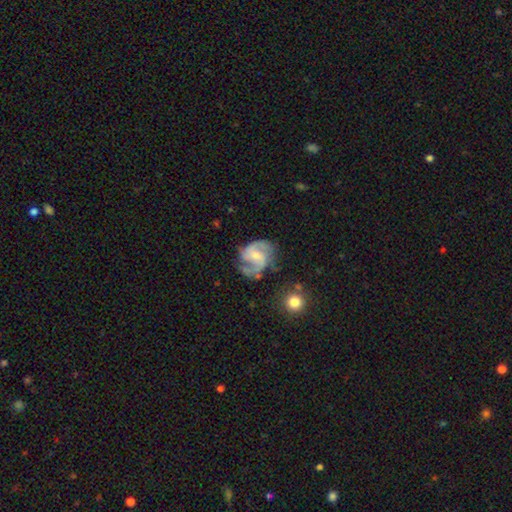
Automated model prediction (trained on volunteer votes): Smooth or featured? featured or disk (83%)
Edge-on disk? no (98%)
Bar? weak (46%)
Spiral arms? yes (95%)
Spiral winding? medium (54%)
Spiral arm count? 2 (73%)
Bulge size? small (52%)
Merging? none (55%)